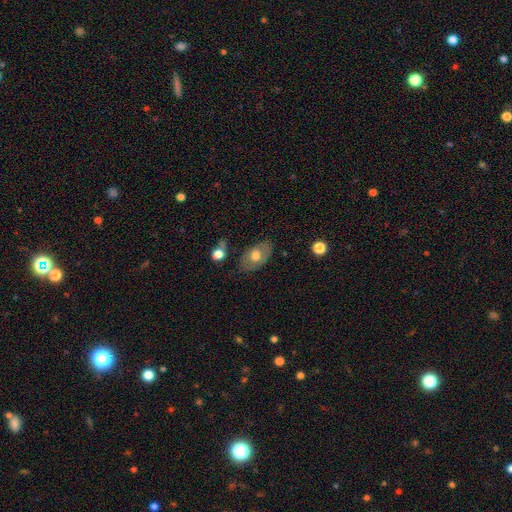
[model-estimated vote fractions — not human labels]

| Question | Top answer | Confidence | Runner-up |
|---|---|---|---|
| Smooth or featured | smooth | 59% | featured or disk (34%) |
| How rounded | in between | 87% | round (12%) |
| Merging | none | 76% | minor disturbance (16%) |